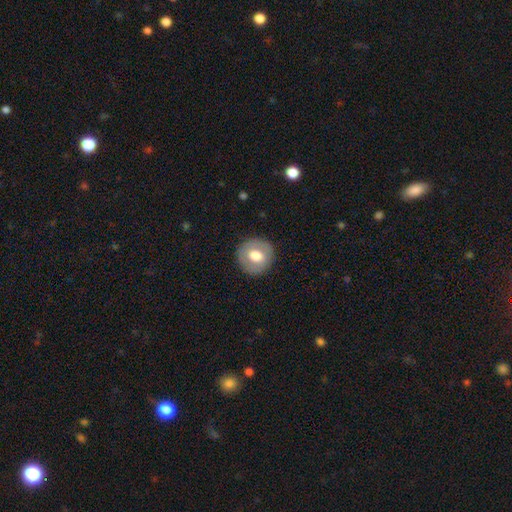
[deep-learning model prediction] smooth-or-featured: smooth: 65% | featured or disk: 28% | star or artifact: 7%
  how-rounded: round: 90% | in between: 9% | cigar-shaped: 1%
  merging: none: 88% | minor disturbance: 8% | major disturbance: 3% | merger: 1%